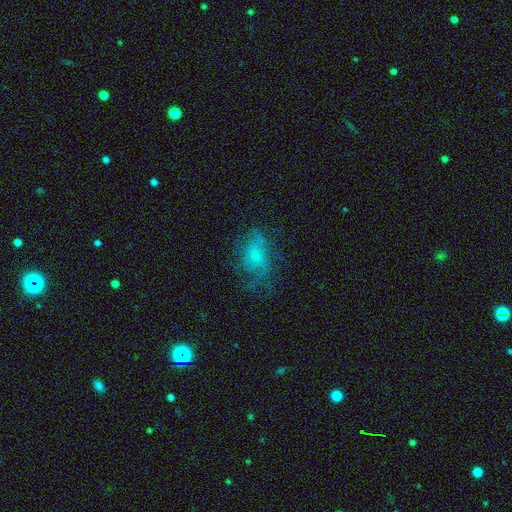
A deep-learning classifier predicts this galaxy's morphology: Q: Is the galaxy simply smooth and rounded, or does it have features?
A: featured or disk — 47%.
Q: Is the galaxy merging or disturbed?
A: none — 54%.